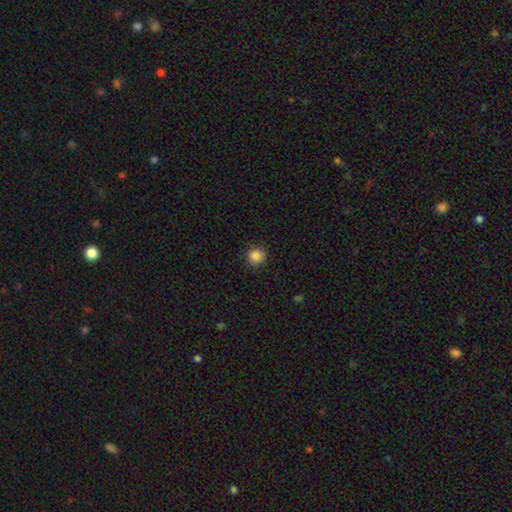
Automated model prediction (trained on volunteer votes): Q: Smooth or featured?
A: smooth (87%); runner-up: star or artifact (10%)
Q: How rounded?
A: round (94%); runner-up: in between (5%)
Q: Merging?
A: none (91%); runner-up: minor disturbance (6%)